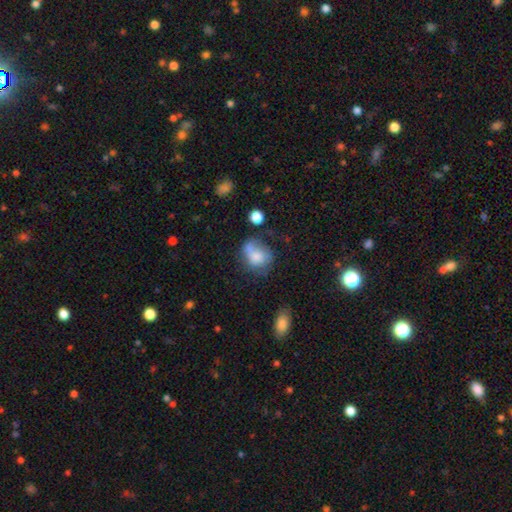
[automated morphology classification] Smooth or featured?
  - smooth: 62% *
  - featured or disk: 28%
  - star or artifact: 10%
How rounded?
  - round: 52% *
  - in between: 47%
  - cigar-shaped: 1%
Merging?
  - none: 34% *
  - minor disturbance: 26%
  - major disturbance: 25%
  - merger: 15%